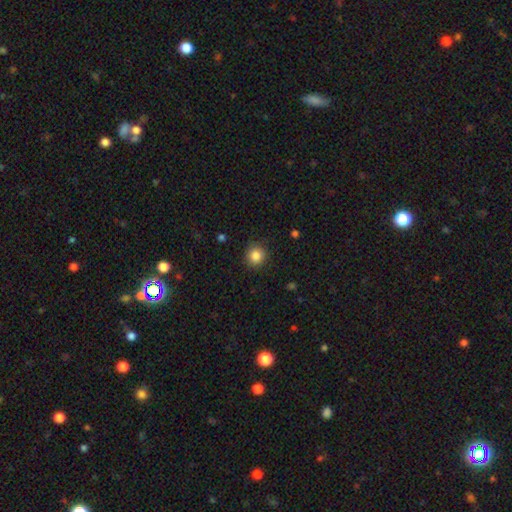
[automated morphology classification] The model was most divided on "smooth or featured": smooth: 86%, star or artifact: 10%, featured or disk: 4%. More confident: how rounded — round (90%); merging — none (88%).